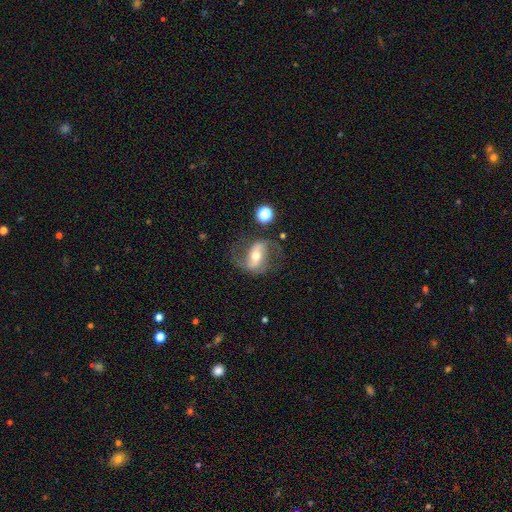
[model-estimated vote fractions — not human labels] This is clearly a featured or disk galaxy (83%). It is clearly not viewed edge-on (96%). Bar: possibly strong (47%). Spiral arm pattern: clearly yes (94%). Spiral arm count: clearly 2 (90%). Spiral winding: possibly loose (50%). Central bulge: possibly moderate (59%). Merging: likely none (69%).